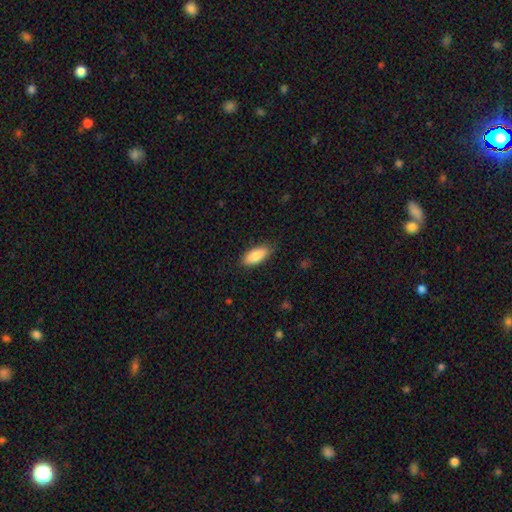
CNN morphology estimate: This is clearly a smooth galaxy (86%). How rounded: clearly in between (84%). Merging: clearly none (83%).